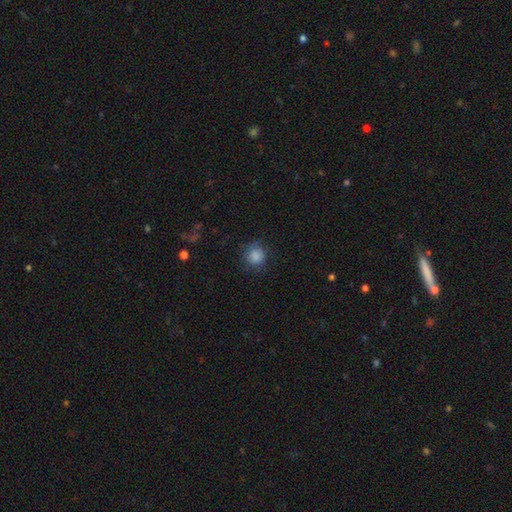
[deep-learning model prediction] Q: Smooth or featured?
A: smooth (85%); runner-up: star or artifact (10%)
Q: How rounded?
A: round (90%); runner-up: in between (9%)
Q: Merging?
A: none (78%); runner-up: minor disturbance (15%)